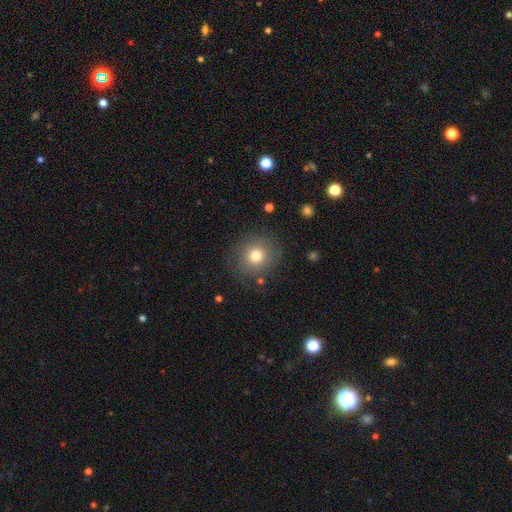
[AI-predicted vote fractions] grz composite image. It shows a smooth galaxy with no disk features (75%) that is round (90%). Merging: none (82%).